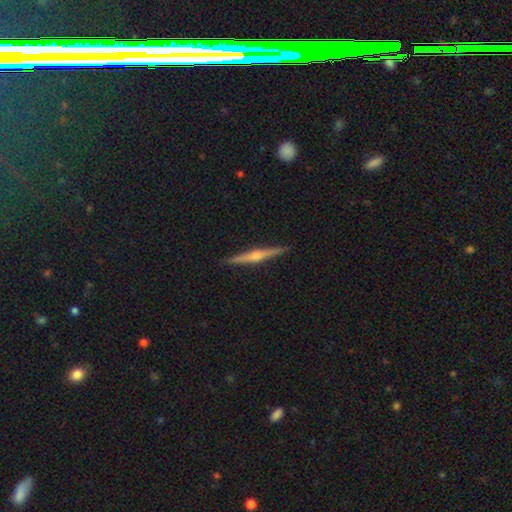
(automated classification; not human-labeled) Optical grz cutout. It shows a featured or disk galaxy (75%) viewed edge-on (98%) with a rounded central bulge (85%). Merging: none (92%).